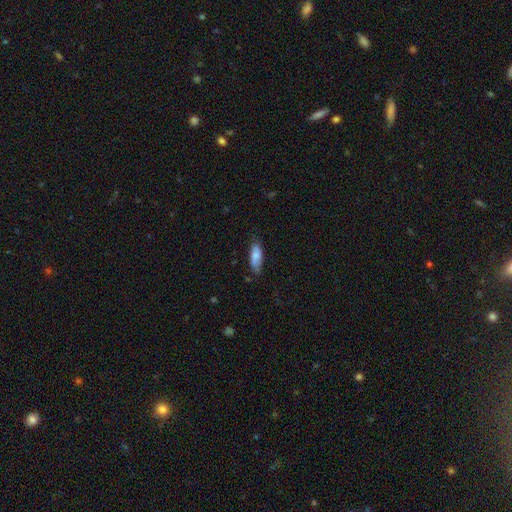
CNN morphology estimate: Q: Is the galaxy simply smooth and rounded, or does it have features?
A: smooth — 81%.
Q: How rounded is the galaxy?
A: in between — 63%.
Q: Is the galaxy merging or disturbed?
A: none — 67%.